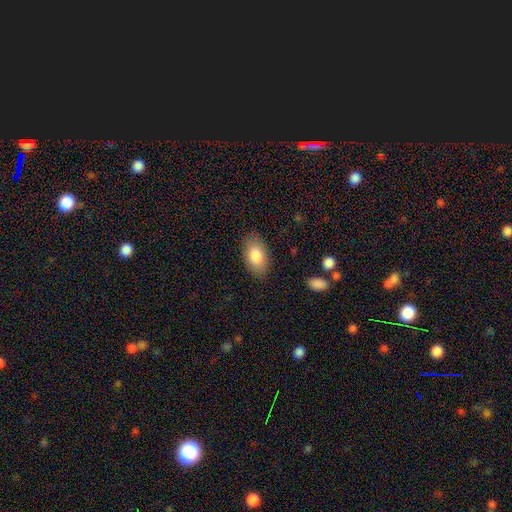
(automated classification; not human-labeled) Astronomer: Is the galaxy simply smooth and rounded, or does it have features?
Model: smooth — 83%.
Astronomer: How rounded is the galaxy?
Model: in between — 94%.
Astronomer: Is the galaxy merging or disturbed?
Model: none — 85%.